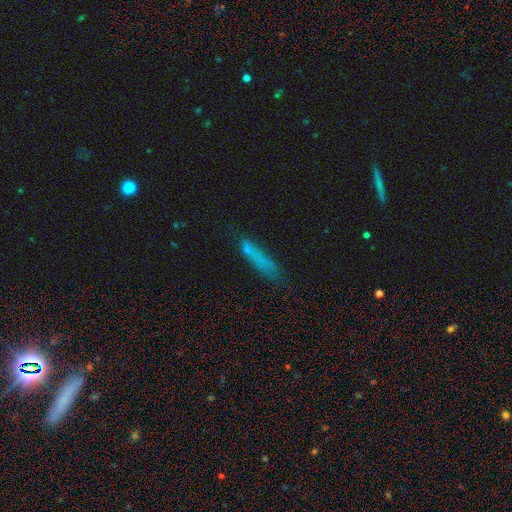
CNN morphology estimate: A smooth galaxy with no disk features (67%) that is cigar-shaped (84%). Merging: none (66%).